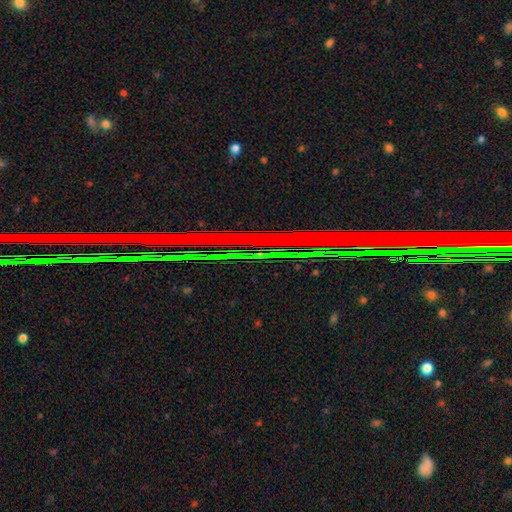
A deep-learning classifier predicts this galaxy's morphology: The model was most divided on "smooth or featured": star or artifact: 82%, featured or disk: 11%, smooth: 7%.